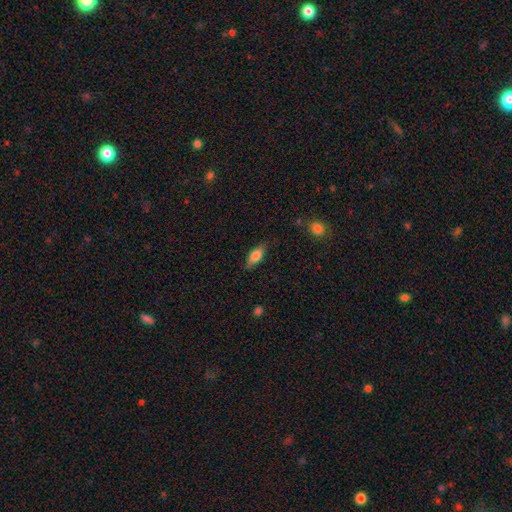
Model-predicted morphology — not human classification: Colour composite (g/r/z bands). It shows a smooth galaxy with no disk features (74%) that is in between round and cigar-shaped (72%). Merging: none (80%).